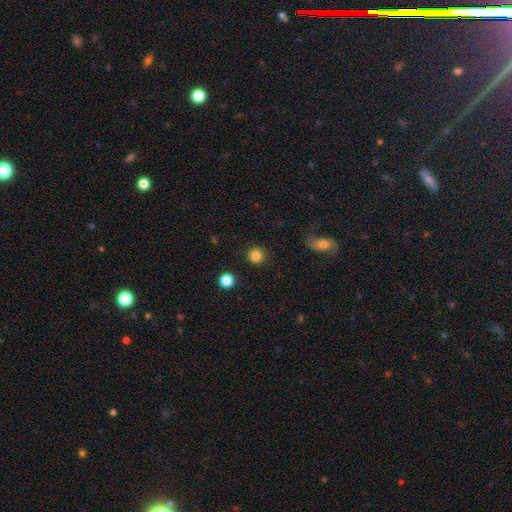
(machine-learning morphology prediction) Overall: smooth (84%). How rounded: round (93%). Merging: none (91%).